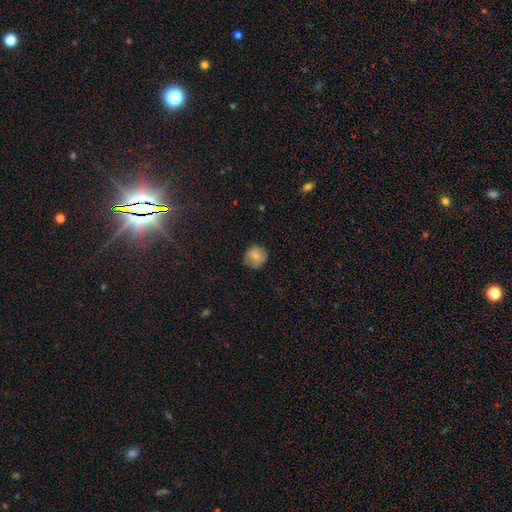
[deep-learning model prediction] smooth 77%, featured or disk 14%, star or artifact 9%. Down the decision tree: how rounded — round (85%); merging — none (71%).